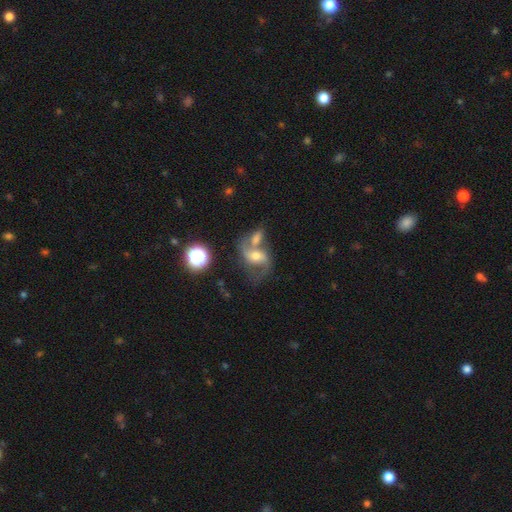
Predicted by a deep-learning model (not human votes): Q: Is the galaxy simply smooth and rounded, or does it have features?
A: featured or disk — 70%.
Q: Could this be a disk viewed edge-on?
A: no — 96%.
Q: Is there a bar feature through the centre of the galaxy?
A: no — 47%.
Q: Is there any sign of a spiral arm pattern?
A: yes — 89%.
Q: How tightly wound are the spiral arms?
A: loose — 62%.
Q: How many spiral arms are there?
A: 2 — 85%.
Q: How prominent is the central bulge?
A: moderate — 60%.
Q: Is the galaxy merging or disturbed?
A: merger — 51%.